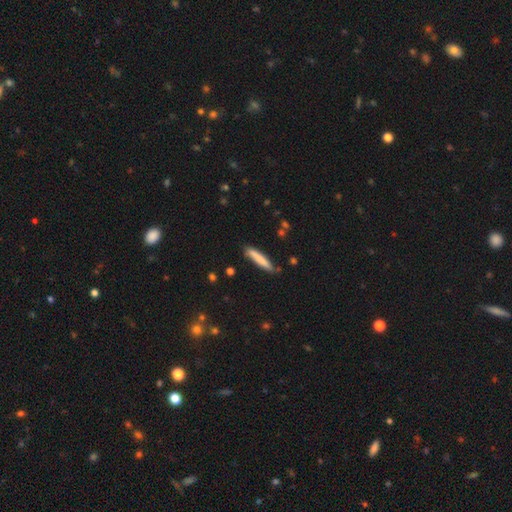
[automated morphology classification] The model was most divided on "smooth or featured": smooth: 78%, featured or disk: 16%, star or artifact: 6%. More confident: how rounded — cigar-shaped (92%); merging — none (82%).